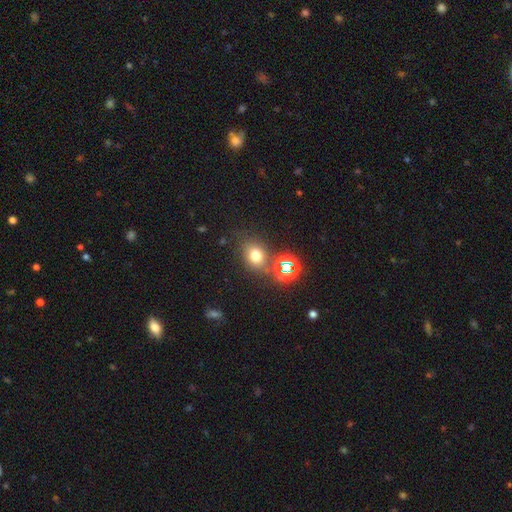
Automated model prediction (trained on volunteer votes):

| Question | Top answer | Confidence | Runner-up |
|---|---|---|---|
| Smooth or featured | smooth | 66% | star or artifact (24%) |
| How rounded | round | 56% | in between (43%) |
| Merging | none | 69% | minor disturbance (13%) |